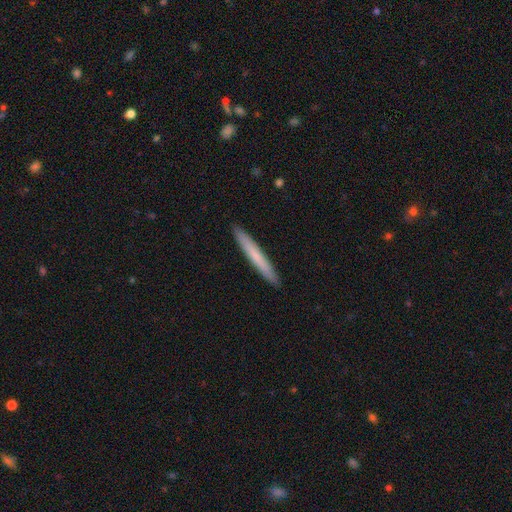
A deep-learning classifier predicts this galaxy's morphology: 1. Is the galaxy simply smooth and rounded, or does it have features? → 69% smooth, 25% featured or disk, 5% star or artifact.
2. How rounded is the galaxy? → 97% cigar-shaped, 2% in between, 1% round.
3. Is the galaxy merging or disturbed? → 93% none, 5% minor disturbance, 1% major disturbance, 1% merger.